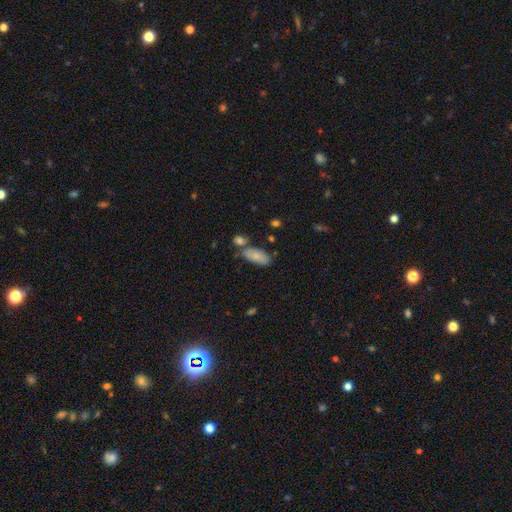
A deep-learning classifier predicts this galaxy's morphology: This appears to be a smooth galaxy with no disk features (80%) that is in between round and cigar-shaped (85%). Merging: none (62%).